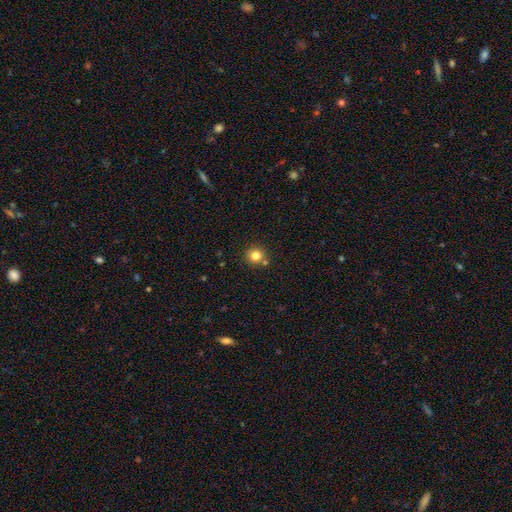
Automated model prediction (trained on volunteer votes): Smooth or featured? smooth (81%)
How rounded? round (93%)
Merging? none (80%)